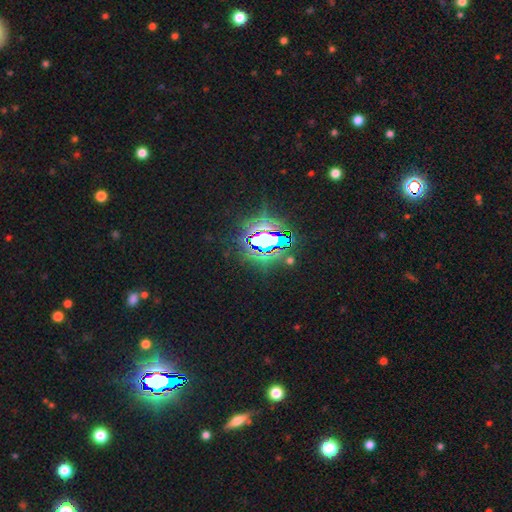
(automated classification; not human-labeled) Smooth or featured? Predicted: star or artifact (p=0.86).